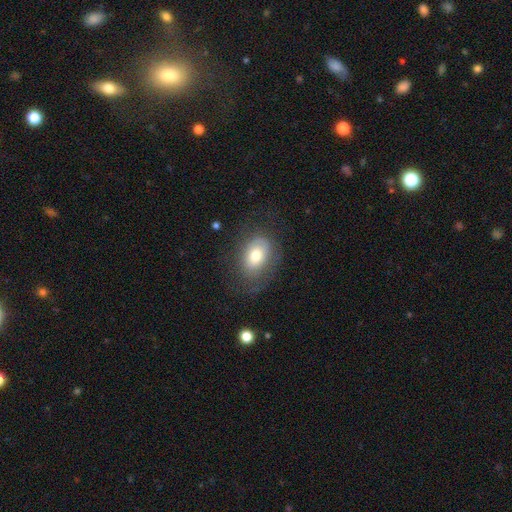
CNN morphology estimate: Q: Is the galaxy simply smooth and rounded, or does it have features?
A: smooth — 64%.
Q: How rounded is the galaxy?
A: in between — 80%.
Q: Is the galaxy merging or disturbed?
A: none — 64%.